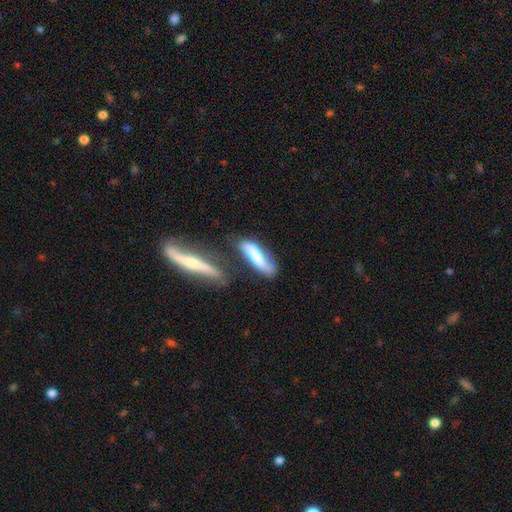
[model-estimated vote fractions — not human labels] Overall: smooth (64%; featured or disk 30%). How rounded: cigar-shaped (69%). Merging: none (49%; minor disturbance 22%).